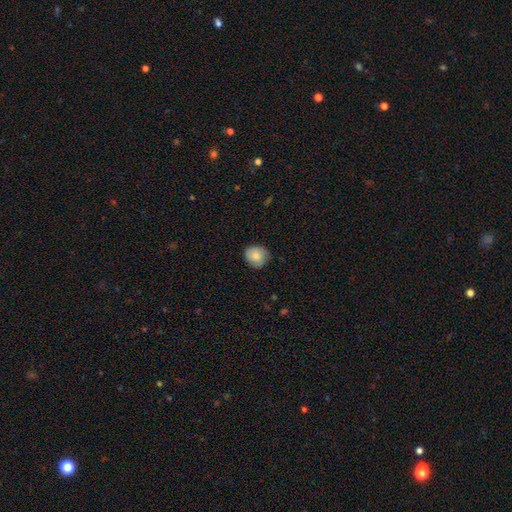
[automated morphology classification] This is likely a smooth galaxy (77%). How rounded: clearly round (82%). Merging: likely none (79%).